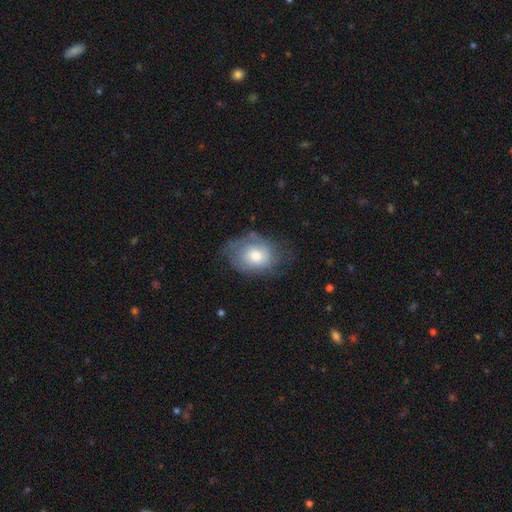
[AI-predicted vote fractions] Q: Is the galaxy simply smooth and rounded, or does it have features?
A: smooth — 56%.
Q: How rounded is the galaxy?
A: in between — 67%.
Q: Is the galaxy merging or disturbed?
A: none — 56%.